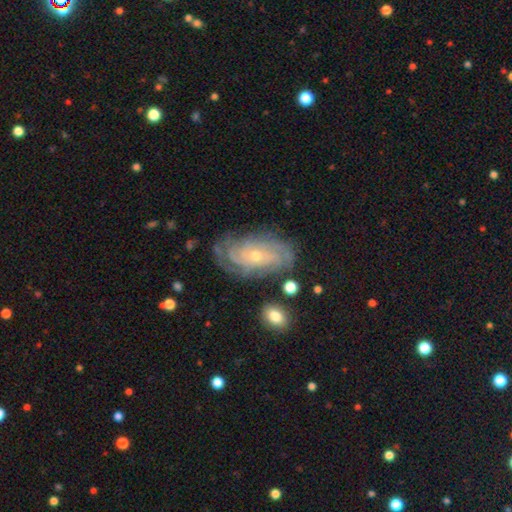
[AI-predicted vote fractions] The model was most divided on "spiral arm count": can't tell: 33%, 4: 22%, 3: 17%, 2: 11%, more than 4: 11%, 1: 6%. More confident: spiral arms — yes (96%); edge-on disk — no (95%); smooth or featured — featured or disk (86%); bar — no (75%); merging — none (74%); spiral winding — tight (71%); bulge size — small (67%).